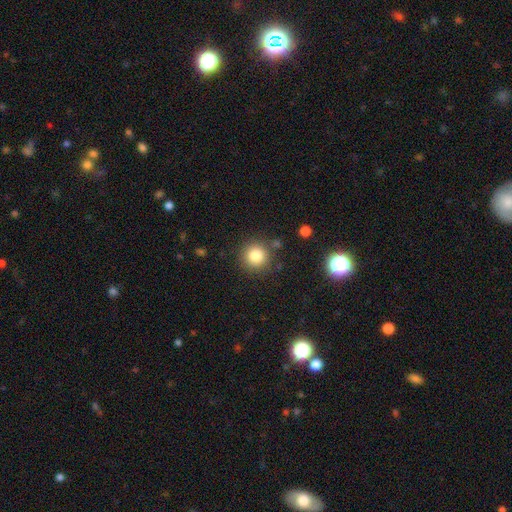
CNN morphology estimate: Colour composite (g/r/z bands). It shows a smooth galaxy with no disk features (82%) that is round (94%). Merging: none (84%).